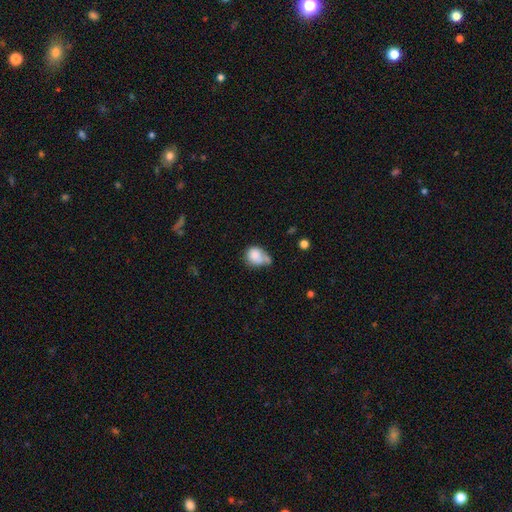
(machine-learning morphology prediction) This appears to be a smooth galaxy with no disk features (79%) that is round (65%). Merging: merger (32%, tied with none).